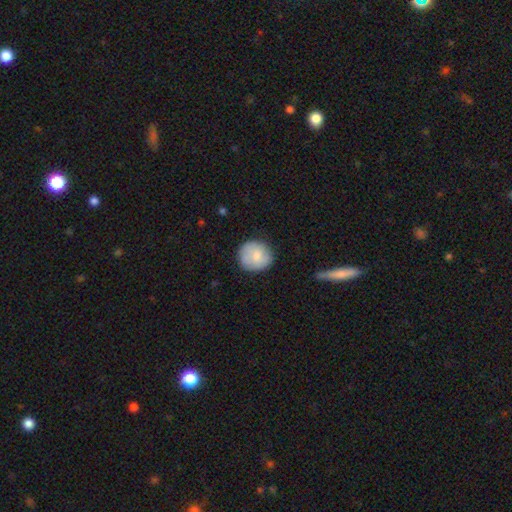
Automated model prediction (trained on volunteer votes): A smooth galaxy with no disk features (72%) that is round (88%). Merging: none (82%).